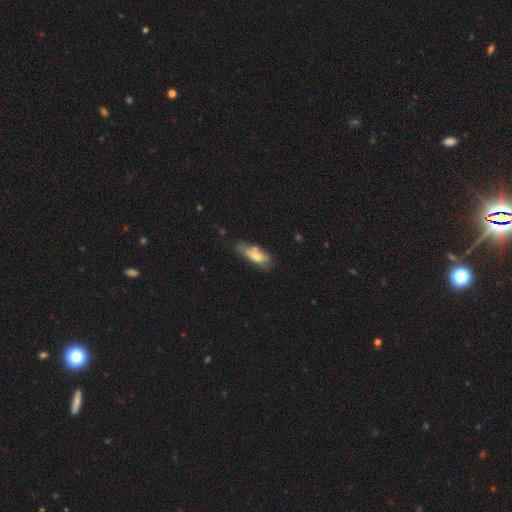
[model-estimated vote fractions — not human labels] Smooth or featured? smooth (59%)
How rounded? in between (70%)
Merging? none (48%)